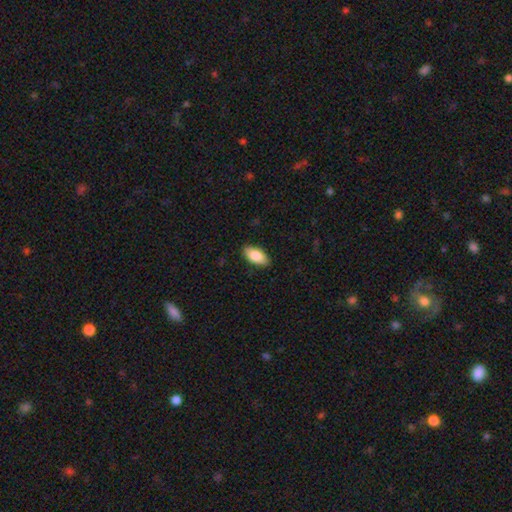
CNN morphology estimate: This is clearly a smooth galaxy (85%). How rounded: clearly in between (91%). Merging: clearly none (88%).